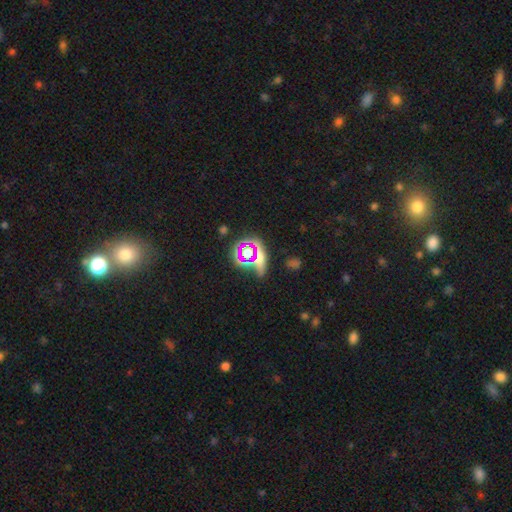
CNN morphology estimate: The model was most divided on "smooth or featured": star or artifact: 54%, smooth: 31%, featured or disk: 16%.